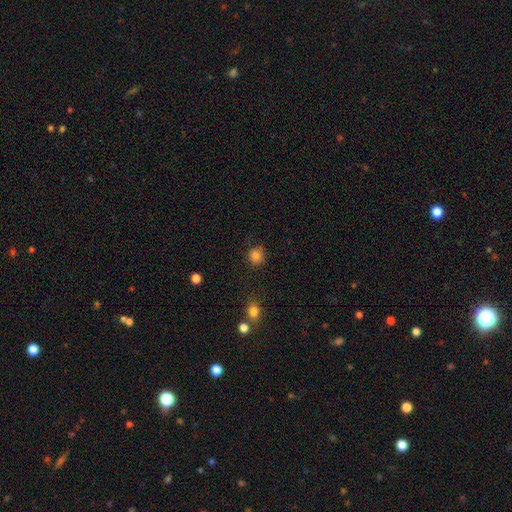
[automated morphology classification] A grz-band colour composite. It shows a smooth galaxy with no disk features (83%) that is round (89%). Merging: none (82%).